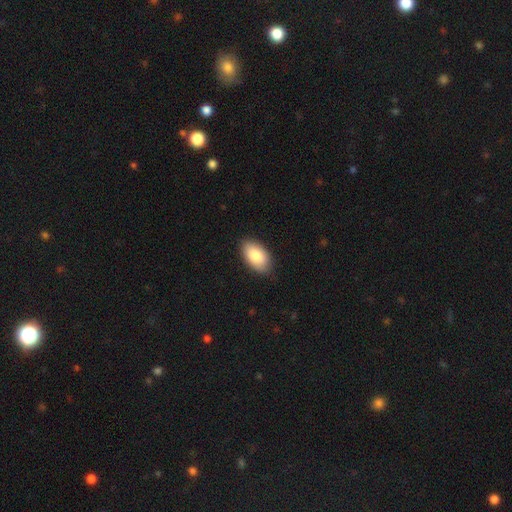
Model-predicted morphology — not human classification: Smooth or featured? Predicted: smooth (p=0.86). How rounded? Predicted: in between (p=0.94). Merging? Predicted: none (p=0.84).